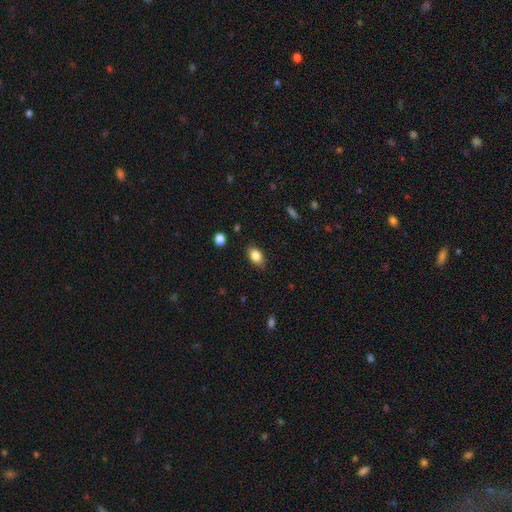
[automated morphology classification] The model was most divided on "how rounded": in between: 85%, round: 13%, cigar-shaped: 2%. More confident: smooth or featured — smooth (85%); merging — none (84%).